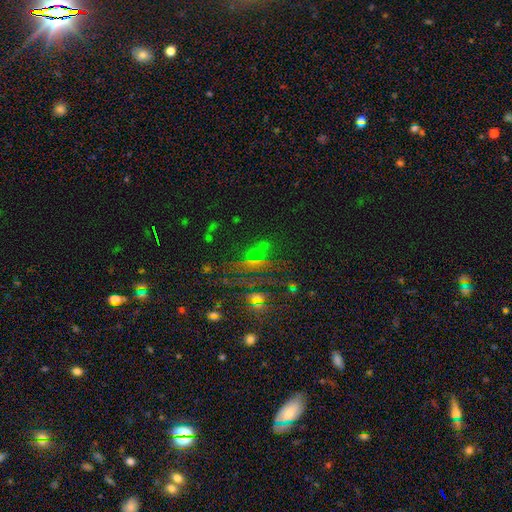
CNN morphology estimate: A star or artifact, not a galaxy (61%).

Vote fractions:
- Smooth or featured? star or artifact: 61% / smooth: 28% / featured or disk: 12%